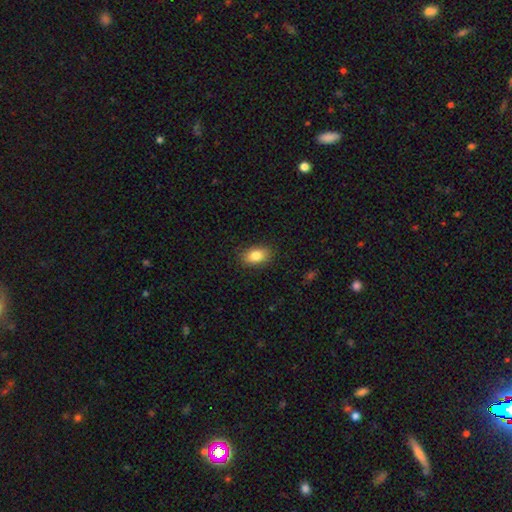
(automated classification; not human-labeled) Smooth or featured: smooth — 84% (star or artifact — 8%)
How rounded: in between — 88% (round — 10%)
Merging: none — 86% (minor disturbance — 10%)